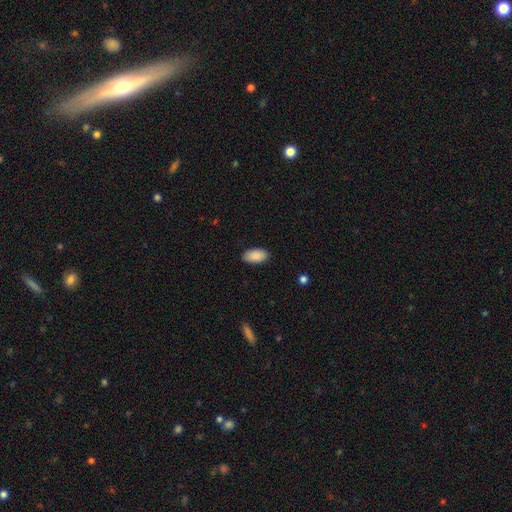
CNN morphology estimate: A smooth galaxy with no disk features (90%) that is in between round and cigar-shaped (95%). Merging: none (88%).